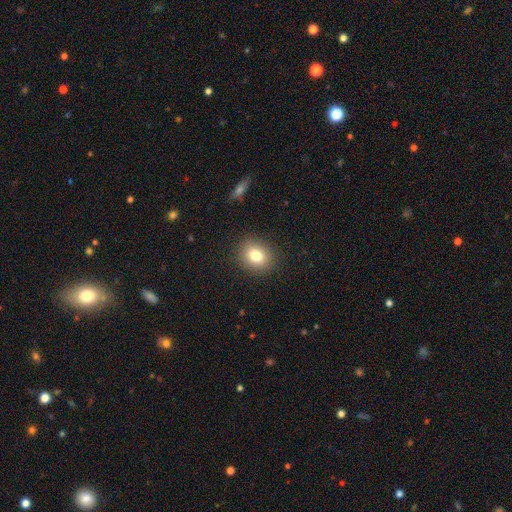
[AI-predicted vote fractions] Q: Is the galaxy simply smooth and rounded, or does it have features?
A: smooth — 80%.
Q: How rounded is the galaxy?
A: round — 64%.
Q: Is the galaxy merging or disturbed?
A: none — 89%.